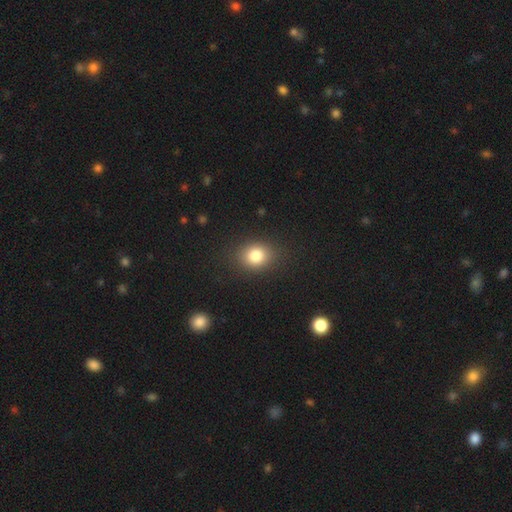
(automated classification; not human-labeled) Smooth or featured: smooth — 81% (star or artifact — 11%)
How rounded: round — 56% (in between — 43%)
Merging: none — 86% (minor disturbance — 9%)